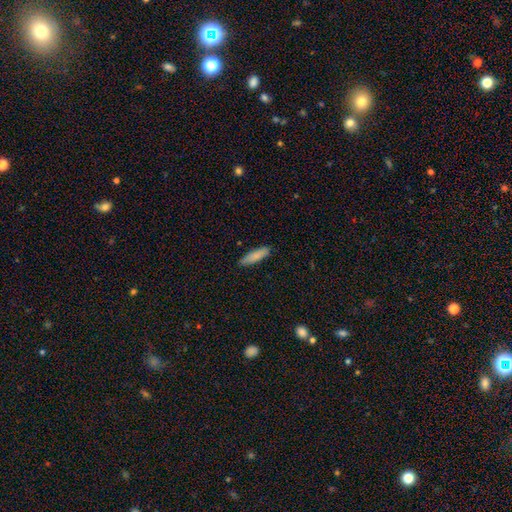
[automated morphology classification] smooth-or-featured: smooth: 84% | featured or disk: 10% | star or artifact: 6%
  how-rounded: cigar-shaped: 70% | in between: 28% | round: 2%
  merging: none: 87% | minor disturbance: 10% | major disturbance: 2% | merger: 1%